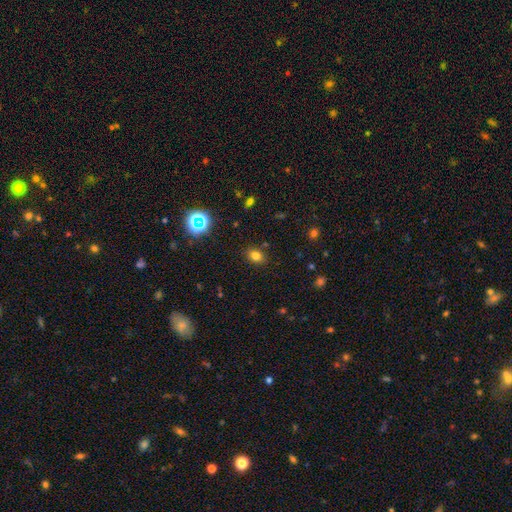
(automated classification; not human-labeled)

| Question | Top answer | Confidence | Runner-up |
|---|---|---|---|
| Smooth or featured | smooth | 76% | star or artifact (17%) |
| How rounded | in between | 59% | round (40%) |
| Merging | none | 85% | minor disturbance (10%) |